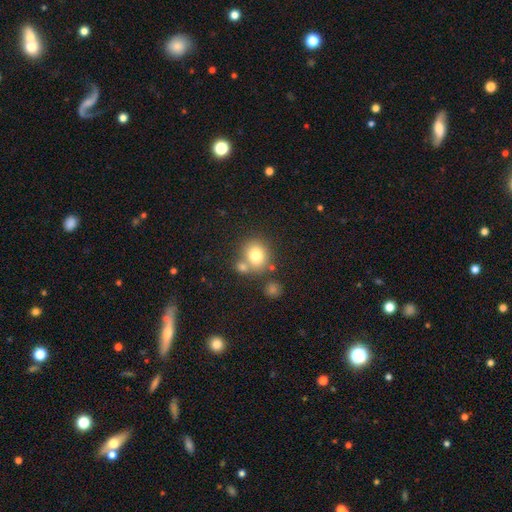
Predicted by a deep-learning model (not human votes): Smooth or featured?
  - smooth: 77% *
  - featured or disk: 12%
  - star or artifact: 11%
How rounded?
  - round: 75% *
  - in between: 24%
  - cigar-shaped: 1%
Merging?
  - none: 60% *
  - merger: 26%
  - minor disturbance: 11%
  - major disturbance: 4%